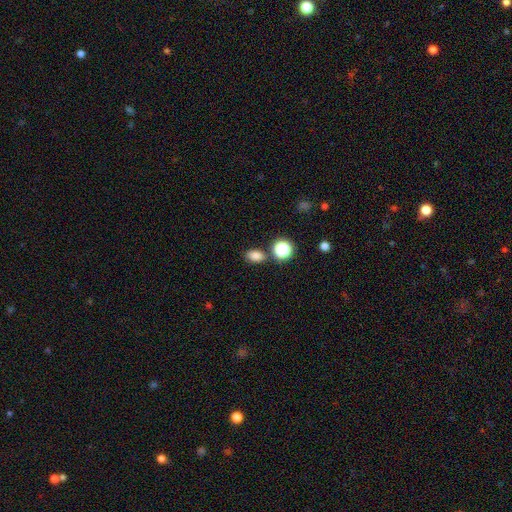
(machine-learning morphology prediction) Smooth or featured?
  - smooth: 80% *
  - star or artifact: 15%
  - featured or disk: 5%
How rounded?
  - in between: 71% *
  - round: 27%
  - cigar-shaped: 1%
Merging?
  - none: 79% *
  - minor disturbance: 10%
  - merger: 8%
  - major disturbance: 3%